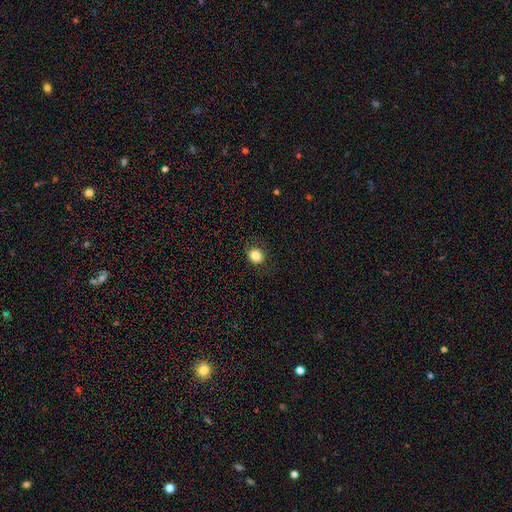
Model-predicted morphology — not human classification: Smooth or featured?
  - smooth: 82% *
  - star or artifact: 11%
  - featured or disk: 7%
How rounded?
  - round: 80% *
  - in between: 19%
  - cigar-shaped: 1%
Merging?
  - none: 86% *
  - minor disturbance: 9%
  - major disturbance: 3%
  - merger: 1%